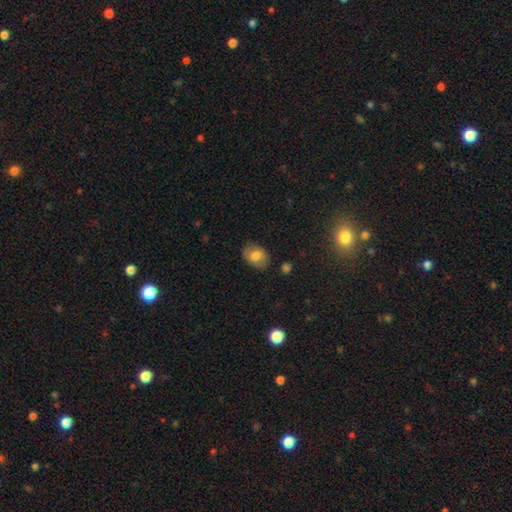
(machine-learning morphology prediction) Overall: smooth (77%). How rounded: in between (72%). Merging: none (81%).